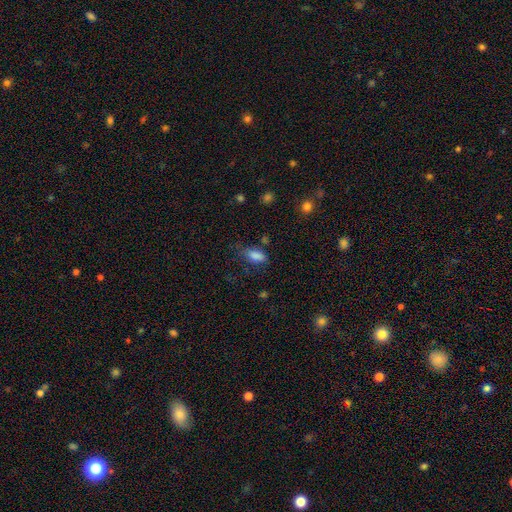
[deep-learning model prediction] A smooth galaxy with no disk features (84%) that is in between round and cigar-shaped (88%). Merging: none (61%).